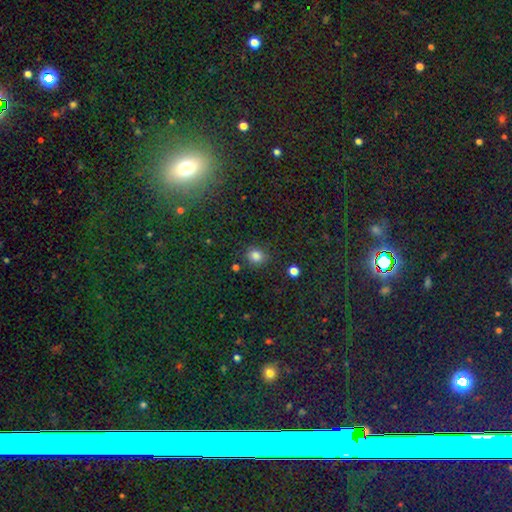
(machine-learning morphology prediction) Overall: smooth (81%). How rounded: round (71%). Merging: none (82%).